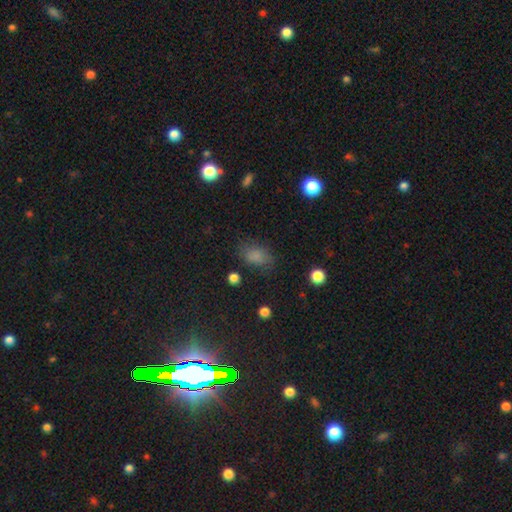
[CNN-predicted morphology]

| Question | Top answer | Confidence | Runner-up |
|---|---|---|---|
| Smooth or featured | smooth | 78% | star or artifact (15%) |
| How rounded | in between | 83% | round (15%) |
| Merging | none | 70% | minor disturbance (20%) |